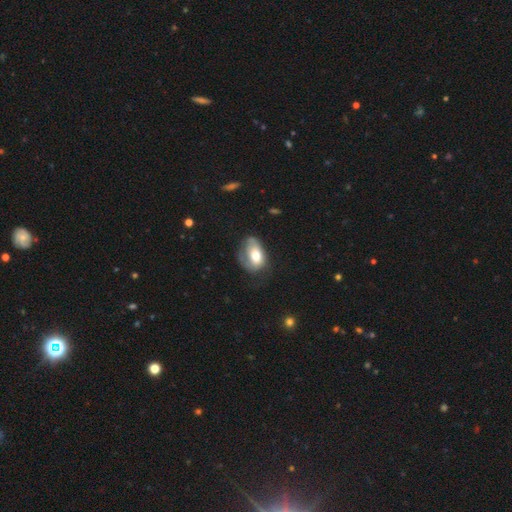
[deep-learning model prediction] Smooth or featured? Predicted: smooth (p=0.63). How rounded? Predicted: in between (p=0.84). Merging? Predicted: none (p=0.35).